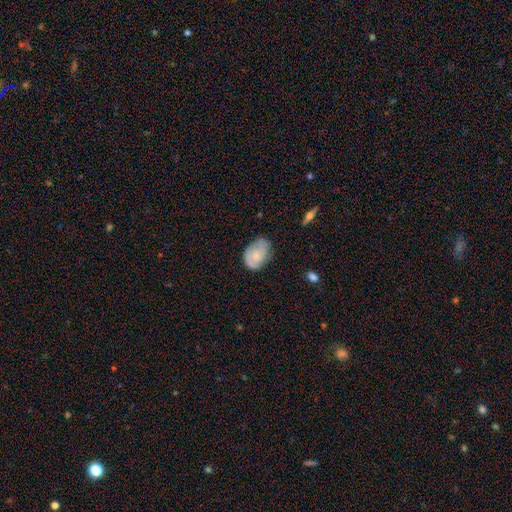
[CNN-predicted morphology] A smooth galaxy with no disk features (61%) that is in between round and cigar-shaped (82%). Merging: none (61%).